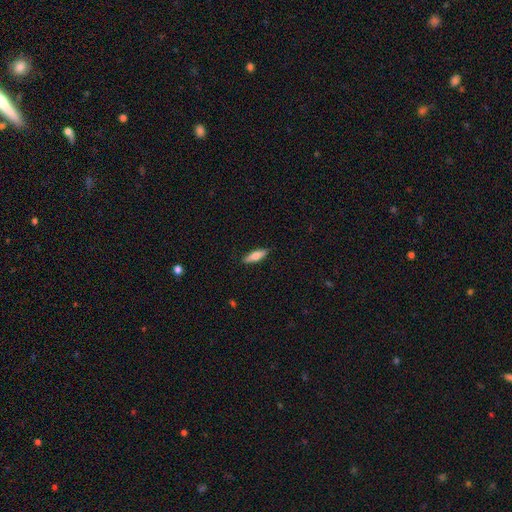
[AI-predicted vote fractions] This is likely a smooth galaxy (69%). How rounded: possibly cigar-shaped (55%). Merging: clearly none (89%).